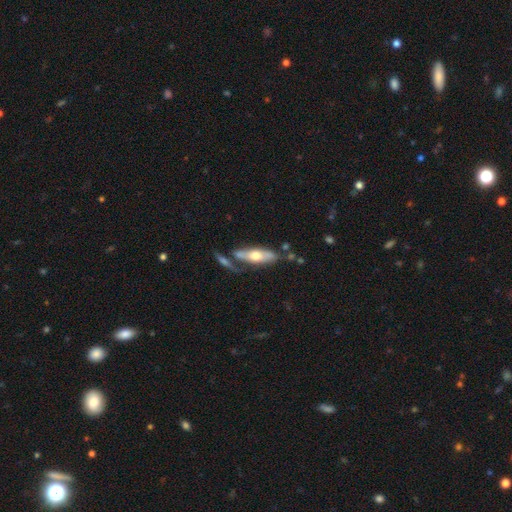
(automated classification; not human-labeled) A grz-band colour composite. It shows a smooth galaxy with no disk features (48%). Merging: none (50%).